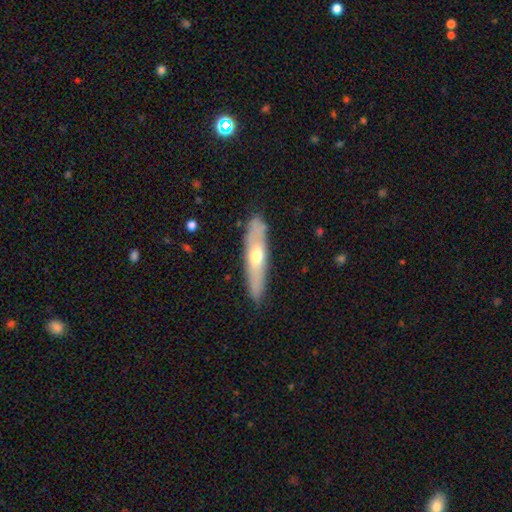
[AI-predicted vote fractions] A featured or disk galaxy (50%) viewed edge-on (69%). Merging: none (84%).